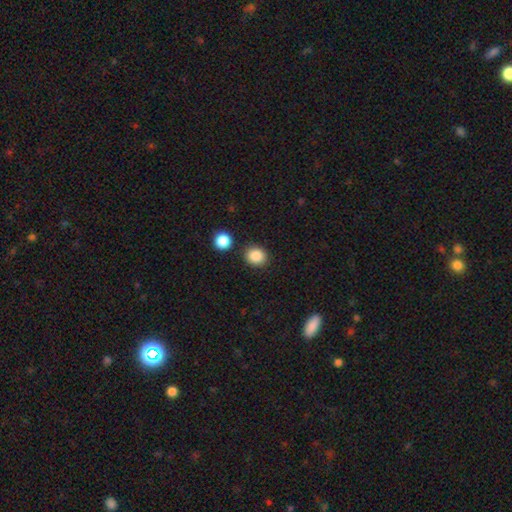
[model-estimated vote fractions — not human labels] Q: Smooth or featured?
A: smooth (87%); runner-up: star or artifact (10%)
Q: How rounded?
A: round (74%); runner-up: in between (25%)
Q: Merging?
A: none (85%); runner-up: minor disturbance (8%)